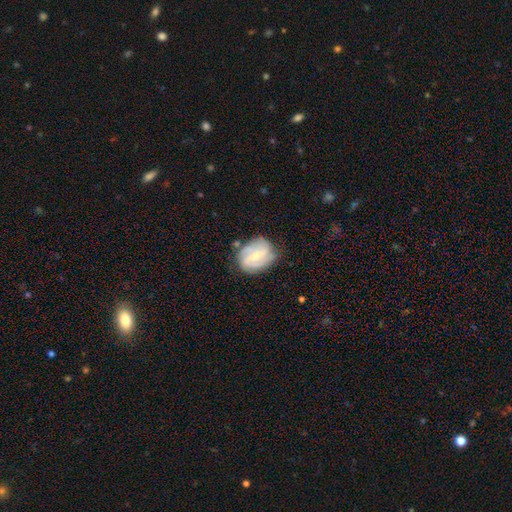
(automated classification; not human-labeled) Smooth or featured? Predicted: featured or disk (p=0.69). Edge-on disk? Predicted: no (p=0.98). Bar? Predicted: weak (p=0.53). Spiral arms? Predicted: yes (p=0.89). Spiral winding? Predicted: tight (p=0.44). Spiral arm count? Predicted: 2 (p=0.35). Bulge size? Predicted: small (p=0.61). Merging? Predicted: none (p=0.65).